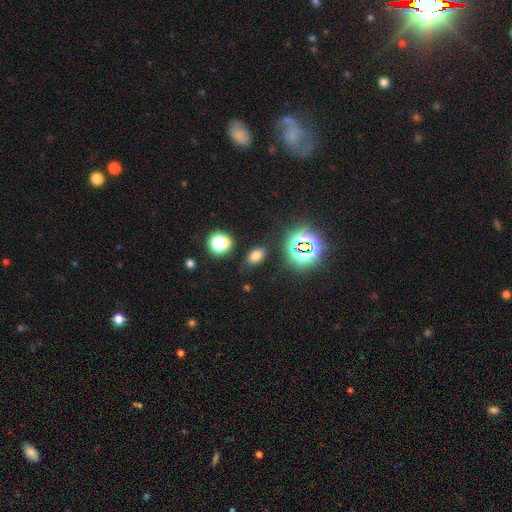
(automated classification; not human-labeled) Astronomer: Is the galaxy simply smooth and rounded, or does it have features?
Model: smooth — 67%.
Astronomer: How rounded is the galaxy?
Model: in between — 82%.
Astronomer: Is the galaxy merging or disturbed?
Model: none — 83%.